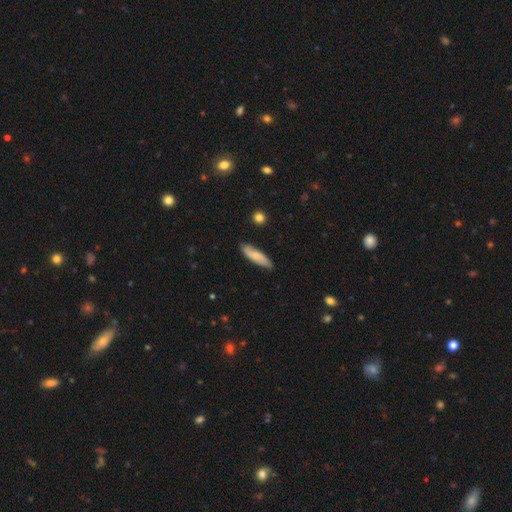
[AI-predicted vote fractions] Morphology: type=smooth (72%); roundness=cigar-shaped (61%); merging=none (84%).